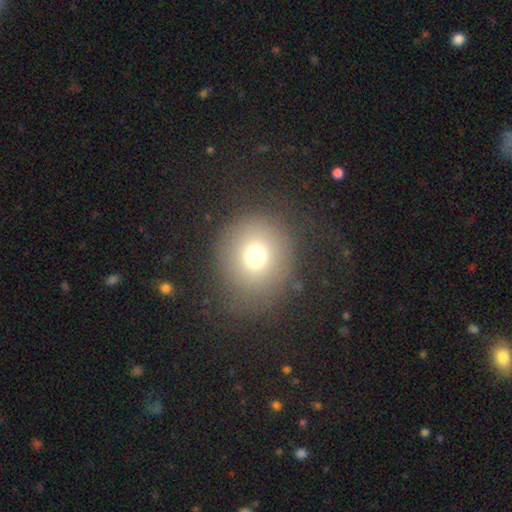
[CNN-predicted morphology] The model was most divided on "smooth or featured": smooth: 71%, star or artifact: 17%, featured or disk: 12%. More confident: how rounded — round (87%); merging — none (76%).